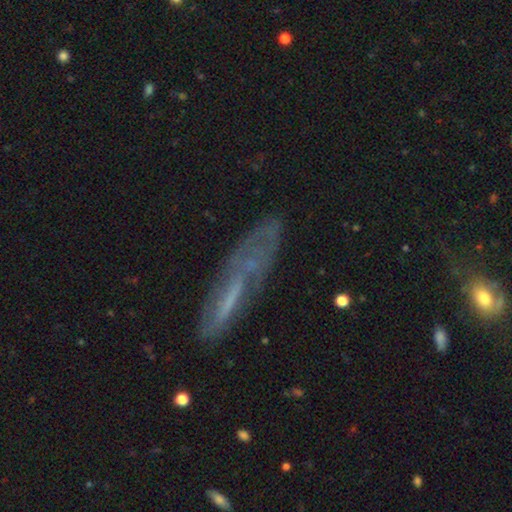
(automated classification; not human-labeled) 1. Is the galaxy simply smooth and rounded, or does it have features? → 52% featured or disk, 37% smooth, 11% star or artifact.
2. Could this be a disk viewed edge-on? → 53% no, 47% yes.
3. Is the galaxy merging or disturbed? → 52% none, 24% minor disturbance, 18% major disturbance, 5% merger.